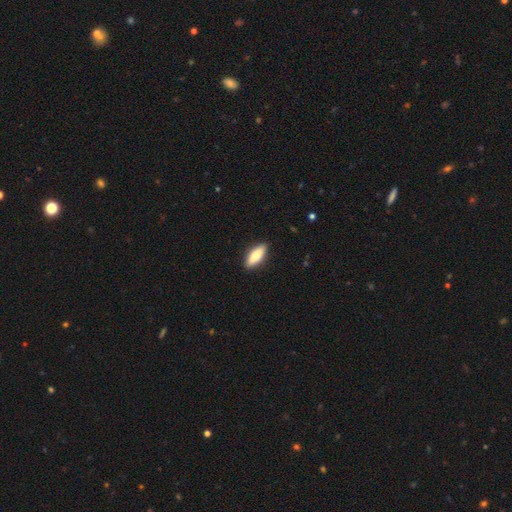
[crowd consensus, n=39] smooth-or-featured: smooth: 87% | featured or disk: 10% | star or artifact: 3%
  how-rounded: in between: 53% | cigar-shaped: 47% | round: 0%
  merging: none: 84% | minor disturbance: 16% | major disturbance: 0% | merger: 0%